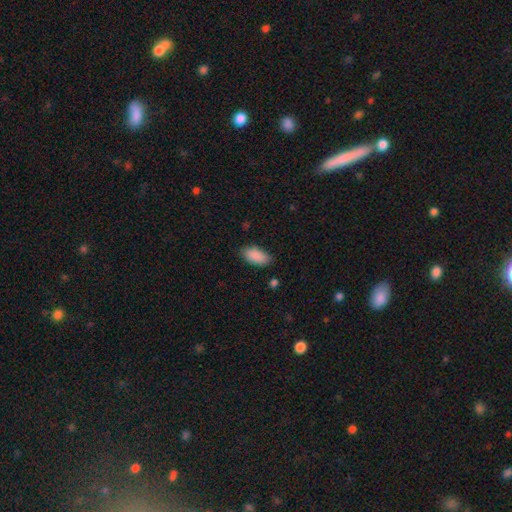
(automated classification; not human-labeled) Smooth or featured: smooth — 89% (star or artifact — 7%)
How rounded: in between — 92% (cigar-shaped — 5%)
Merging: none — 77% (minor disturbance — 18%)